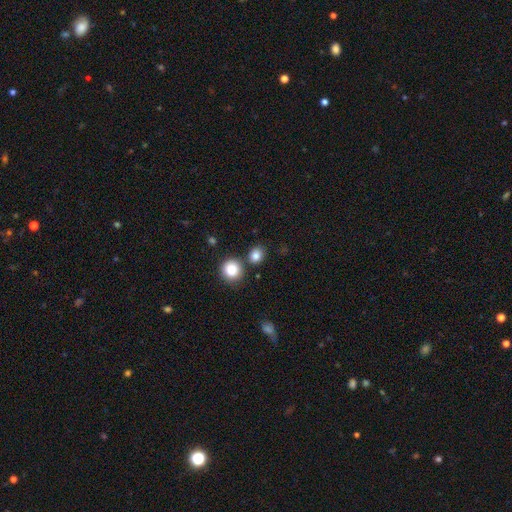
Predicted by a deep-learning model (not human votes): A smooth galaxy with no disk features (83%) that is round (76%). Merging: none (74%).